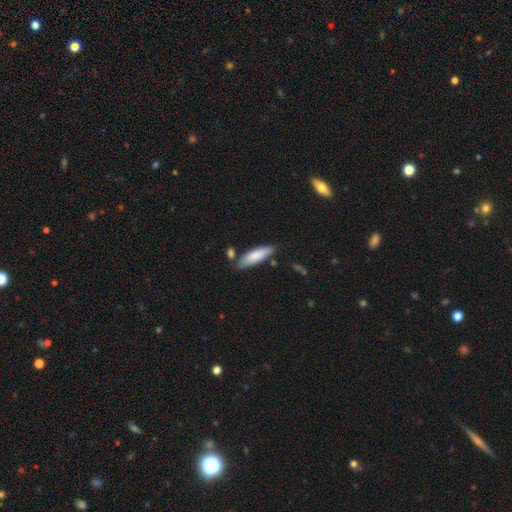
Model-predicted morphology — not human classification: This appears to be a smooth galaxy with no disk features (80%) that is cigar-shaped (59%). Merging: none (76%).